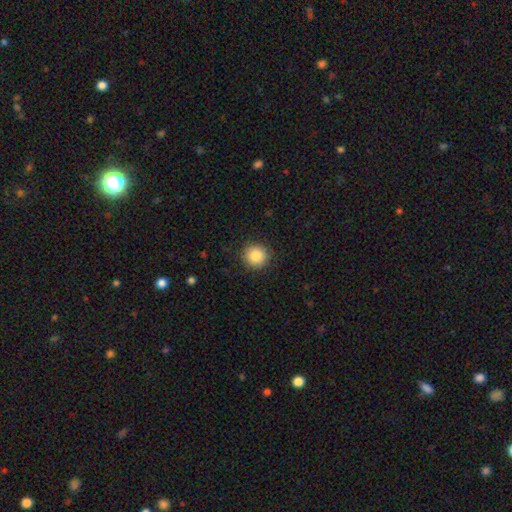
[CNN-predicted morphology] smooth_or_featured: smooth (p=0.86) [alt: star or artifact p=0.09]
how_rounded: round (p=0.93) [alt: in between p=0.06]
merging: none (p=0.90) [alt: minor disturbance p=0.07]